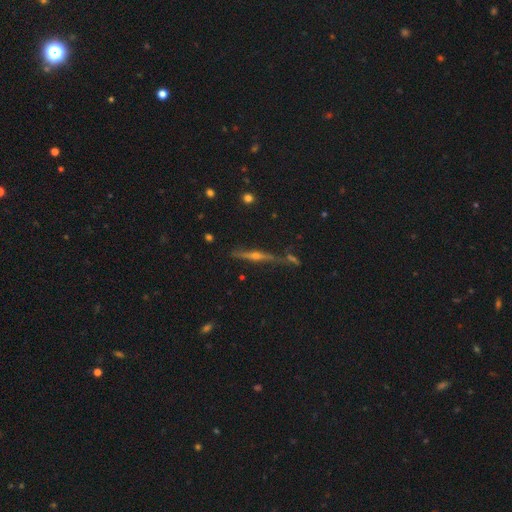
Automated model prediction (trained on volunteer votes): Overall: featured or disk (76%). Edge-on disk: yes (96%). Edge-on bulge: rounded (88%). Merging: none (77%).